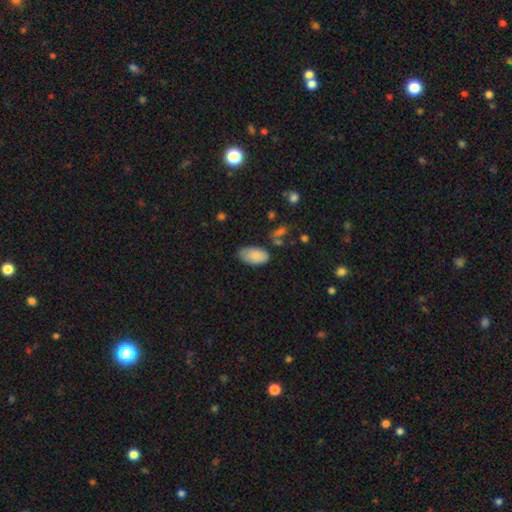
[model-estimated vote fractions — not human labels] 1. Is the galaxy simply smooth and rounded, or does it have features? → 84% smooth, 9% featured or disk, 7% star or artifact.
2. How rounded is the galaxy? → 95% in between, 4% round, 2% cigar-shaped.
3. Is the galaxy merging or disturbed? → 64% none, 27% minor disturbance, 6% major disturbance, 4% merger.